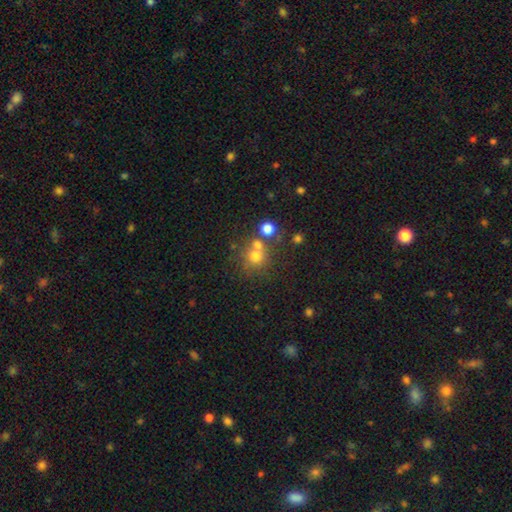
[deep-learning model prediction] Smooth or featured? smooth (69%)
How rounded? round (86%)
Merging? none (52%)